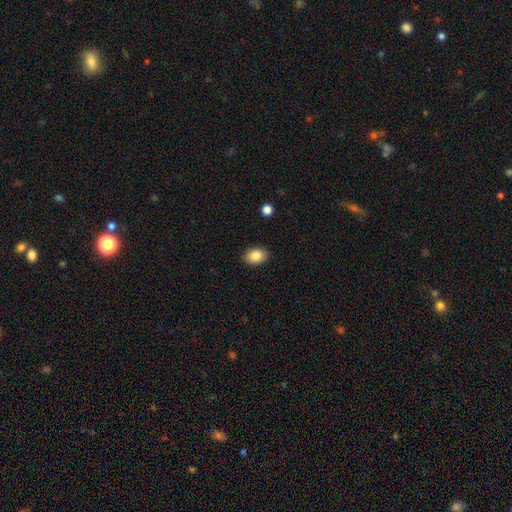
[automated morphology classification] A smooth galaxy with no disk features (86%) that is in between round and cigar-shaped (76%). Merging: none (89%).